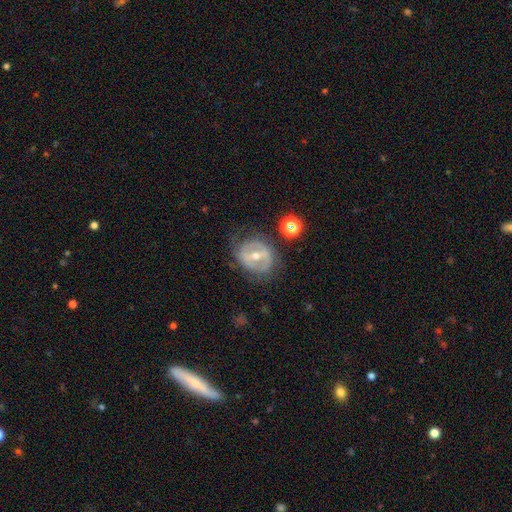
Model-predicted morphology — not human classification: Overall: featured or disk (75%). Edge-on disk: no (95%). Bar: strong (48%; weak 35%). Spiral arms: yes (58%; no 42%). Bulge size: moderate (57%; small 40%). Merging: none (66%).